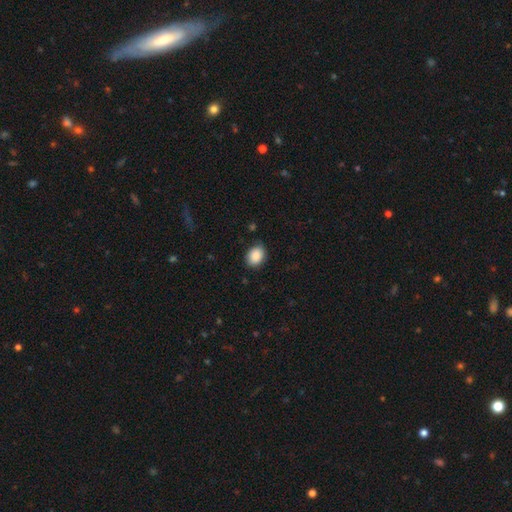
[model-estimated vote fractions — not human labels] Smooth or featured?
  - smooth: 89% *
  - star or artifact: 7%
  - featured or disk: 4%
How rounded?
  - in between: 66% *
  - round: 33%
  - cigar-shaped: 1%
Merging?
  - none: 83% *
  - minor disturbance: 13%
  - major disturbance: 3%
  - merger: 1%